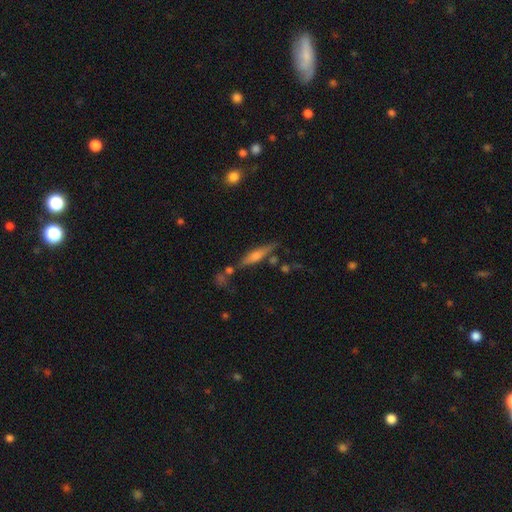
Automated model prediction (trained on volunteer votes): Smooth or featured? featured or disk (59%)
Edge-on disk? yes (93%)
Edge-on bulge? rounded (80%)
Merging? none (72%)